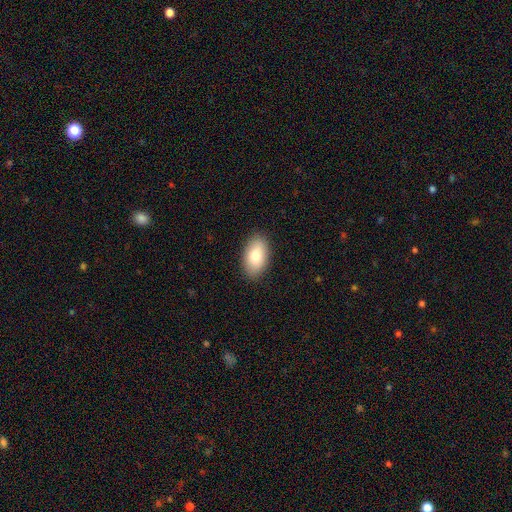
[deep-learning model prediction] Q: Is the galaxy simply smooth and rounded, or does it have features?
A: smooth — 82%.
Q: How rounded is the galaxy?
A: in between — 94%.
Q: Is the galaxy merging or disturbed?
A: none — 88%.